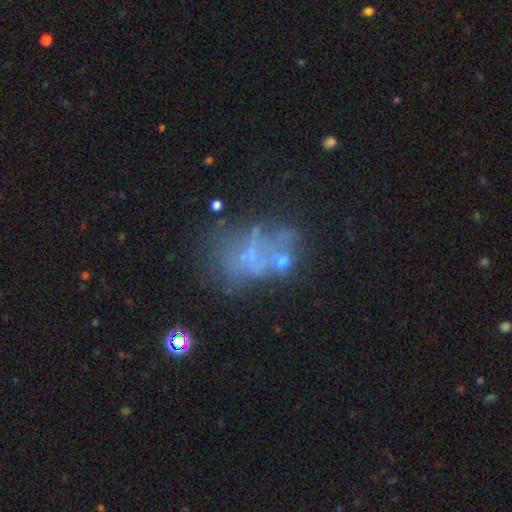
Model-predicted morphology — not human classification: A featured or disk galaxy (48%).

Vote fractions:
- Smooth or featured? featured or disk: 48% / star or artifact: 27% / smooth: 25%
- Merging? none: 39% / major disturbance: 27% / merger: 18% / minor disturbance: 16%